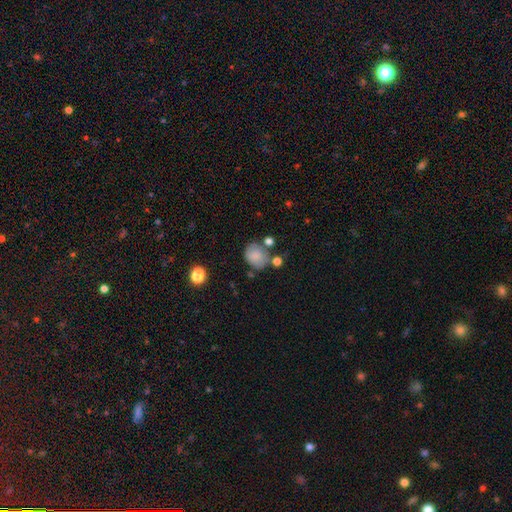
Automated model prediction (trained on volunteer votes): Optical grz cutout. It shows a smooth galaxy with no disk features (79%) that is round (68%). Merging: none (56%).